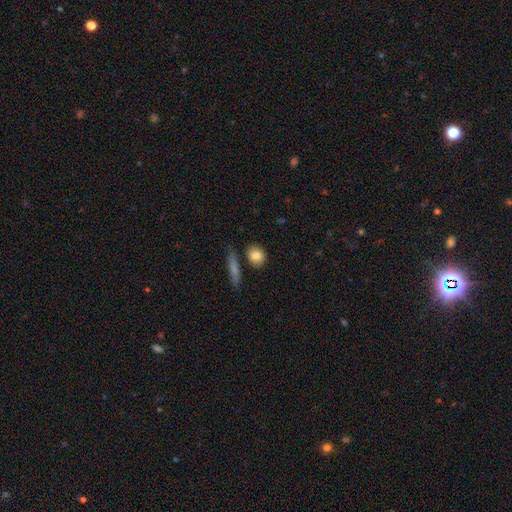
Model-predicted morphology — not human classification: This is clearly a smooth galaxy (84%). How rounded: possibly round (56%). Merging: likely none (78%).